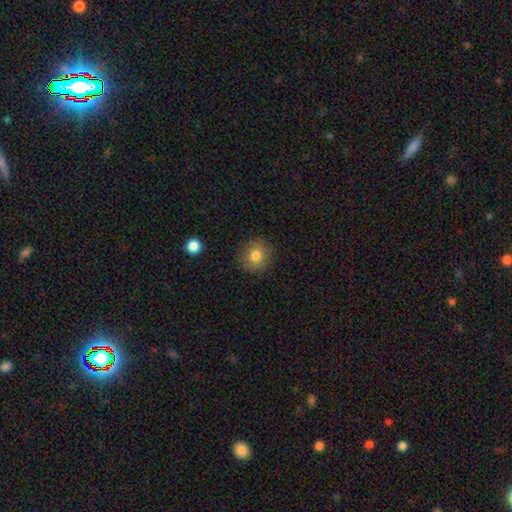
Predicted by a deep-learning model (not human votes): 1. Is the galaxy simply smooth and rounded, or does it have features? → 80% smooth, 11% star or artifact, 10% featured or disk.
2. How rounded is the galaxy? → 85% round, 14% in between, 1% cigar-shaped.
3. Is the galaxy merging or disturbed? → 87% none, 10% minor disturbance, 3% major disturbance, 1% merger.